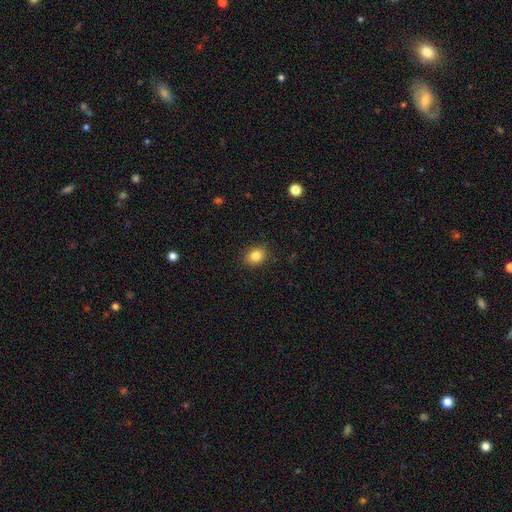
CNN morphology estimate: Smooth or featured: smooth — 84% (star or artifact — 10%)
How rounded: in between — 57% (round — 42%)
Merging: none — 88% (minor disturbance — 9%)